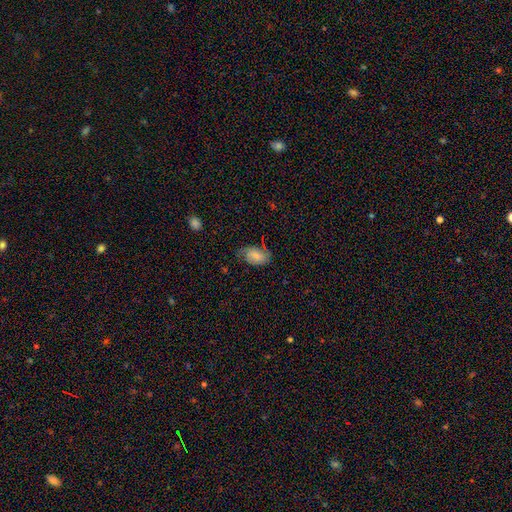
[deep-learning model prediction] Smooth or featured?
  - smooth: 62% *
  - featured or disk: 31%
  - star or artifact: 8%
How rounded?
  - in between: 90% *
  - round: 8%
  - cigar-shaped: 2%
Merging?
  - none: 59% *
  - minor disturbance: 29%
  - major disturbance: 10%
  - merger: 2%